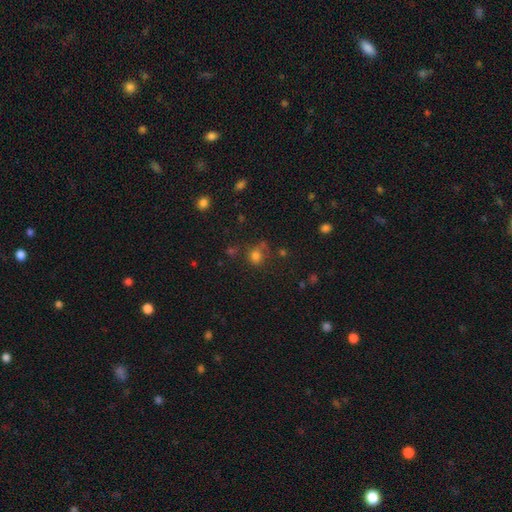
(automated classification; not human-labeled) A smooth galaxy with no disk features (74%) that is round (76%).

Vote fractions:
- Smooth or featured? smooth: 74% / star or artifact: 18% / featured or disk: 8%
- How rounded? round: 76% / in between: 23% / cigar-shaped: 1%
- Merging? none: 59% / minor disturbance: 18% / merger: 13% / major disturbance: 10%